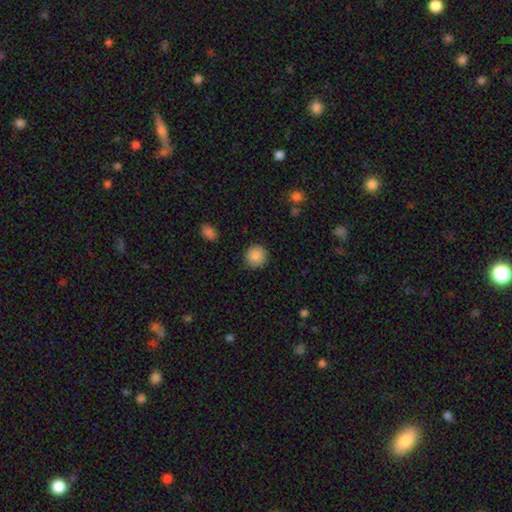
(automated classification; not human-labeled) This is clearly a smooth galaxy (88%). How rounded: clearly round (94%). Merging: clearly none (91%).